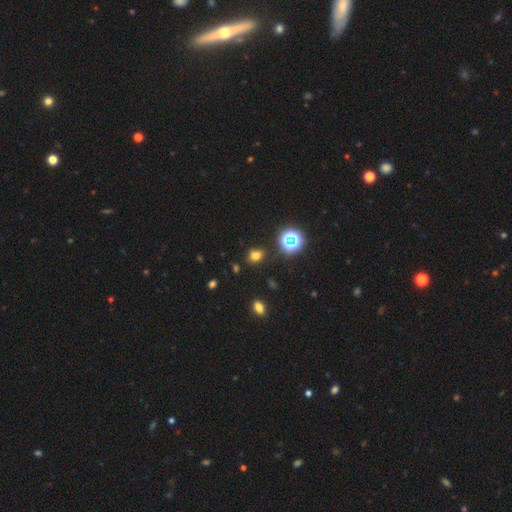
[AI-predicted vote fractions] Smooth or featured? smooth (66%)
How rounded? in between (53%)
Merging? none (79%)